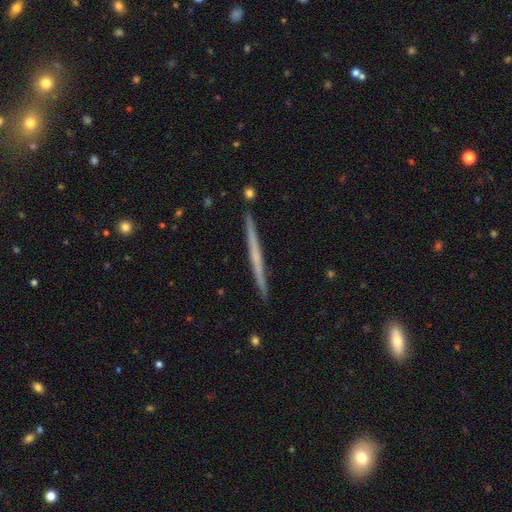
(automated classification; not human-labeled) Q: Smooth or featured?
A: featured or disk (63%); runner-up: smooth (31%)
Q: Edge-on disk?
A: yes (98%); runner-up: no (2%)
Q: Edge-on bulge?
A: none (79%); runner-up: rounded (16%)
Q: Merging?
A: none (92%); runner-up: minor disturbance (6%)